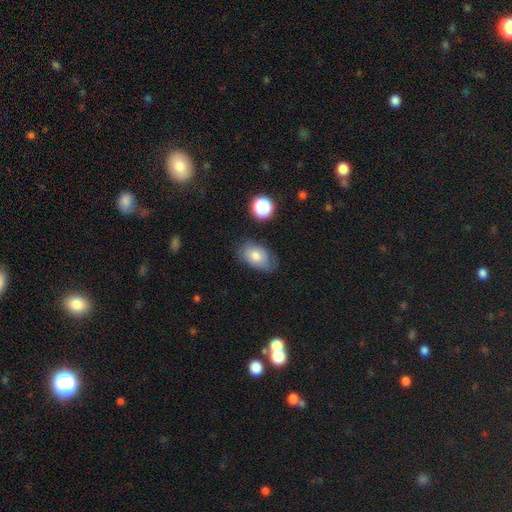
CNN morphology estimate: A smooth galaxy with no disk features (70%) that is in between round and cigar-shaped (87%). Merging: none (65%).